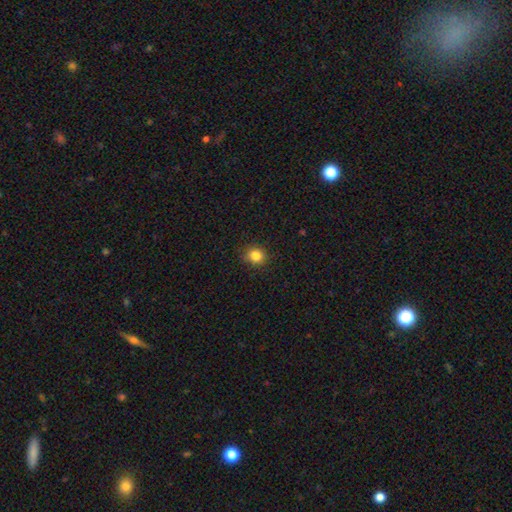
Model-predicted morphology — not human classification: Q: Smooth or featured?
A: smooth (84%); runner-up: star or artifact (11%)
Q: How rounded?
A: round (84%); runner-up: in between (15%)
Q: Merging?
A: none (88%); runner-up: minor disturbance (9%)